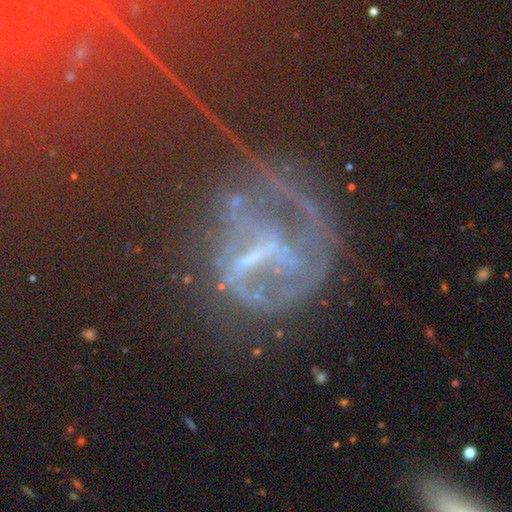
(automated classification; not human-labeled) Smooth or featured? Predicted: star or artifact (p=0.44).